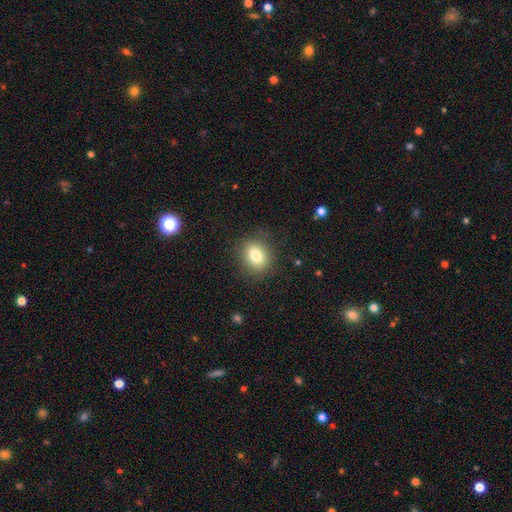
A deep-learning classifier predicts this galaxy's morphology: type=smooth (81%); roundness=round (58%); merging=none (84%).